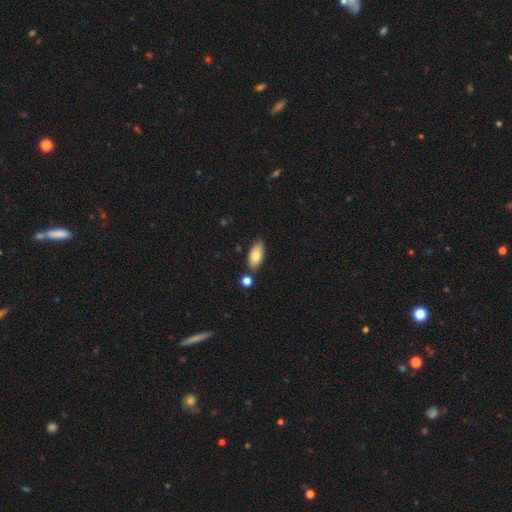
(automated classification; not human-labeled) This is clearly a smooth galaxy (82%). How rounded: clearly in between (89%). Merging: likely none (78%).